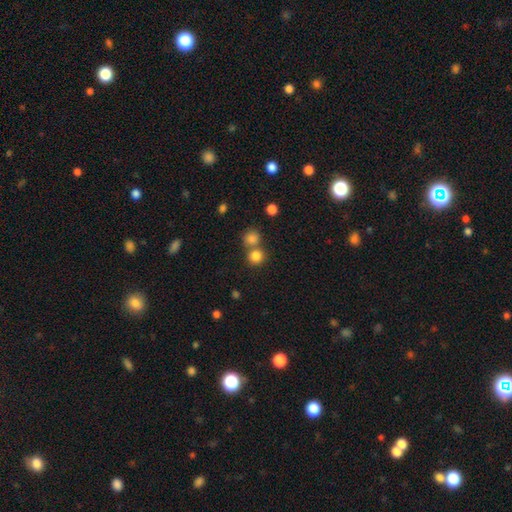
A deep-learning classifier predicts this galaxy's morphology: This is clearly a smooth galaxy (82%). How rounded: clearly round (89%). Merging: possibly none (59%).